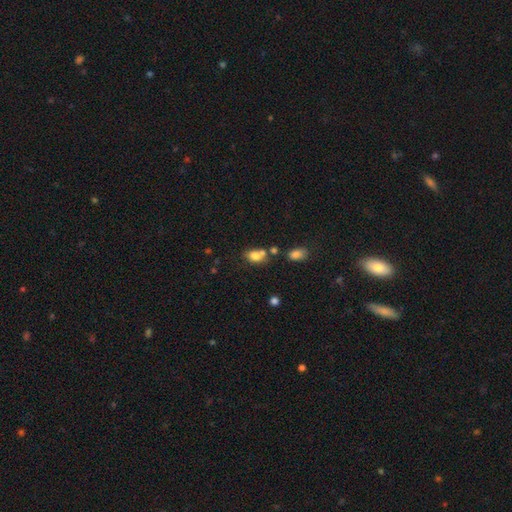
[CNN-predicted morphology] smooth-or-featured: smooth: 76% | featured or disk: 13% | star or artifact: 11%
  how-rounded: in between: 74% | round: 24% | cigar-shaped: 2%
  merging: merger: 40% (tied) | none: 40% (tied) | minor disturbance: 15% | major disturbance: 6%